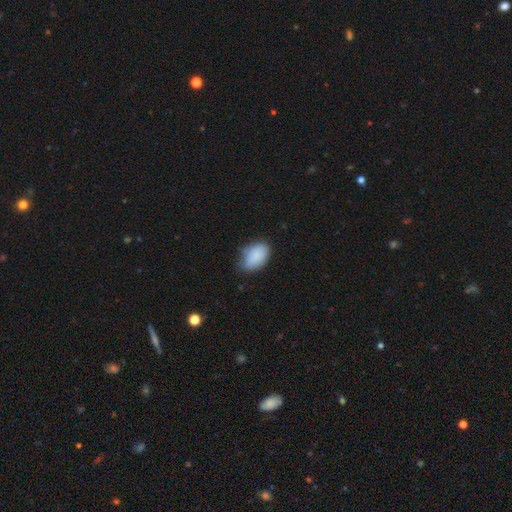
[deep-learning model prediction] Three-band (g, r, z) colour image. It shows a smooth galaxy with no disk features (87%) that is in between round and cigar-shaped (90%). Merging: none (64%).